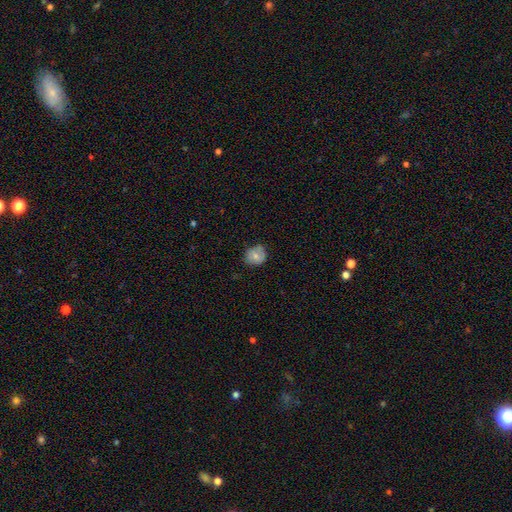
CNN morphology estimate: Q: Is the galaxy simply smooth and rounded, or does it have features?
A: smooth — 67%.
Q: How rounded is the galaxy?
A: round — 76%.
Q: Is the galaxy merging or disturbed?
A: none — 69%.